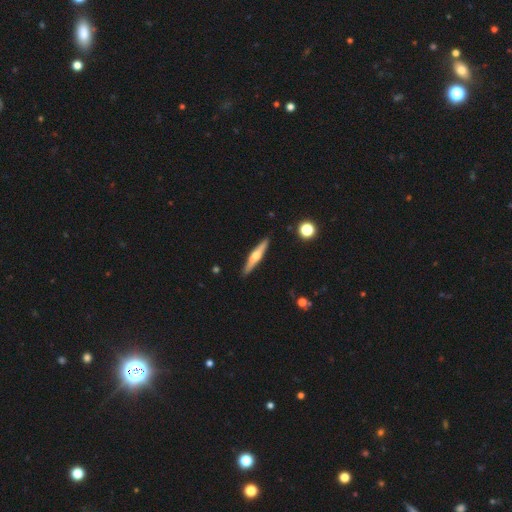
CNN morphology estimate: The model was most divided on "smooth or featured": featured or disk: 60%, smooth: 34%, star or artifact: 6%. More confident: edge-on disk — yes (96%); merging — none (90%); edge-on bulge — rounded (88%).